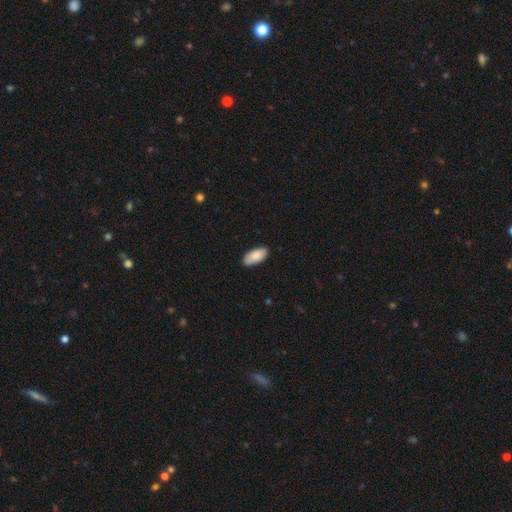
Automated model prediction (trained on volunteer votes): A smooth galaxy with no disk features (87%) that is in between round and cigar-shaped (93%).

Vote fractions:
- Smooth or featured? smooth: 87% / featured or disk: 7% / star or artifact: 6%
- How rounded? in between: 93% / cigar-shaped: 5% / round: 2%
- Merging? none: 85% / minor disturbance: 12% / major disturbance: 2% / merger: 1%